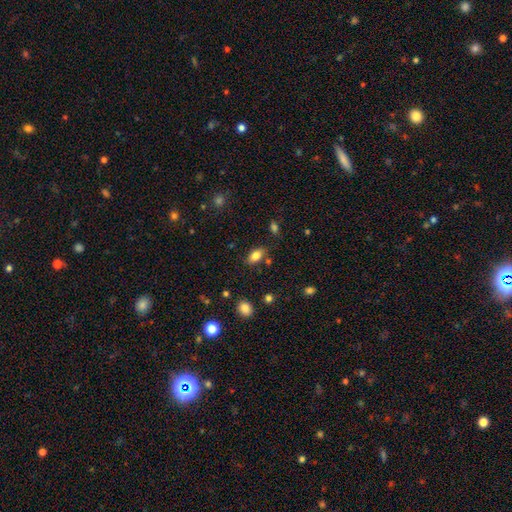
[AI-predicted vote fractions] smooth-or-featured: smooth: 81% | featured or disk: 10% | star or artifact: 9%
  how-rounded: in between: 90% | round: 6% | cigar-shaped: 4%
  merging: none: 79% | minor disturbance: 13% | merger: 5% | major disturbance: 3%